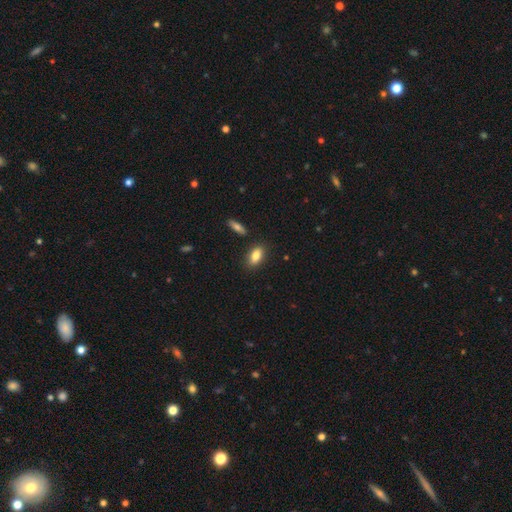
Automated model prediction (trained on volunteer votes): A smooth galaxy with no disk features (83%) that is in between round and cigar-shaped (88%). Merging: none (85%).